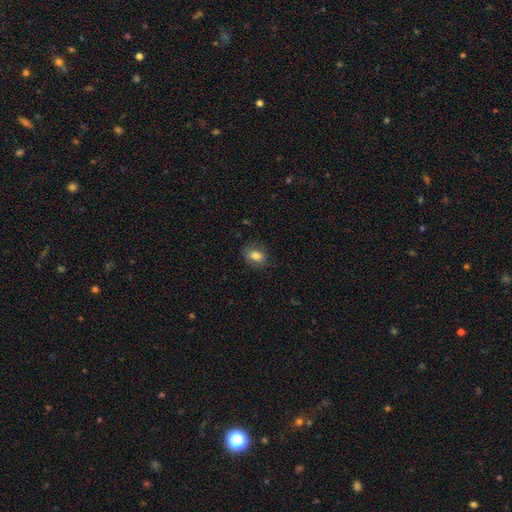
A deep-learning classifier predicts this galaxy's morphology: smooth 82%, featured or disk 9%, star or artifact 9%. Down the decision tree: how rounded — in between (71%); merging — none (81%).